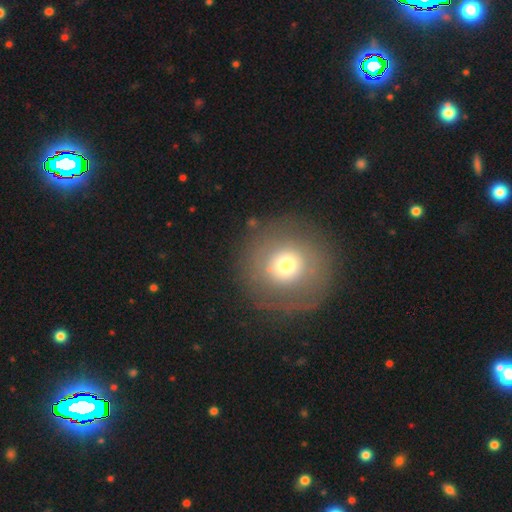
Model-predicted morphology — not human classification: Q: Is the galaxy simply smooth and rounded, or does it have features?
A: smooth — 50%.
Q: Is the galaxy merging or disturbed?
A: none — 85%.